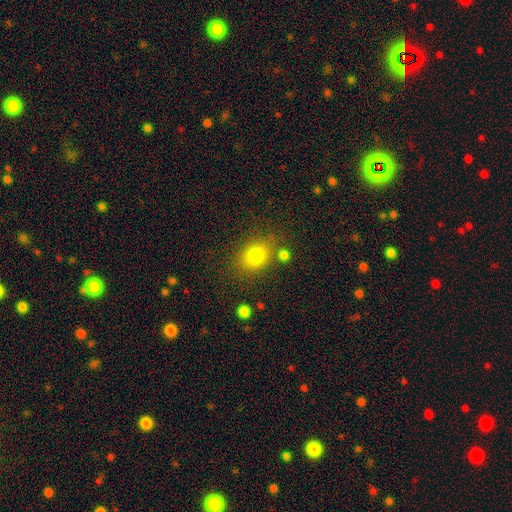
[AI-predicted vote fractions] smooth_or_featured: smooth (p=0.80) [alt: star or artifact p=0.12]
how_rounded: in between (p=0.59) [alt: round p=0.40]
merging: none (p=0.74) [alt: minor disturbance p=0.13]